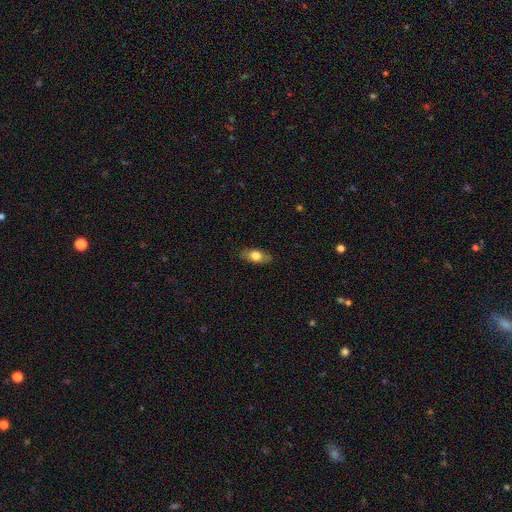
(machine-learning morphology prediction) This is likely a smooth galaxy (67%). How rounded: likely in between (80%). Merging: clearly none (85%).